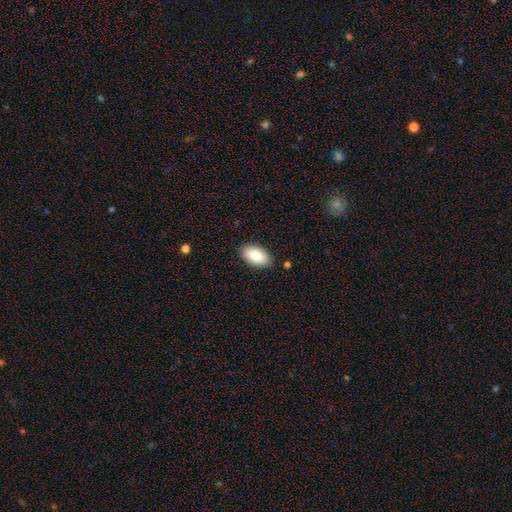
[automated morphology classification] Smooth or featured: smooth — 85% (featured or disk — 9%)
How rounded: in between — 95% (round — 3%)
Merging: none — 87% (minor disturbance — 10%)